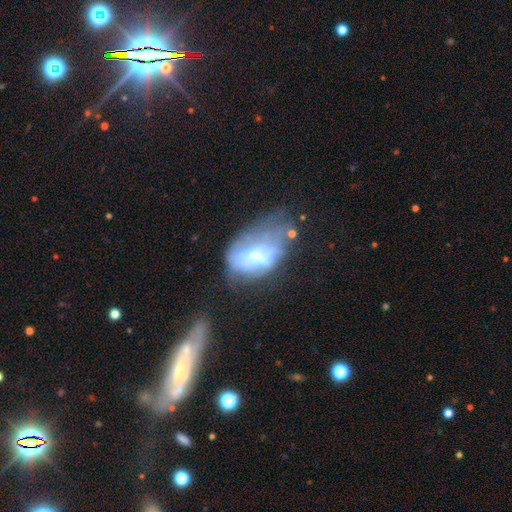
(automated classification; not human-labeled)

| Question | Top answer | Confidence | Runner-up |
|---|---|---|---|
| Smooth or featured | featured or disk | 51% | smooth (38%) |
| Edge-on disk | no | 93% | yes (7%) |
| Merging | major disturbance | 37% | none (25%) |